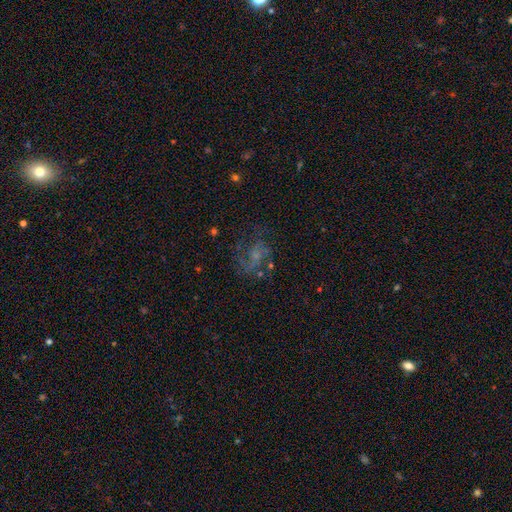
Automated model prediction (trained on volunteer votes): Smooth or featured: featured or disk — 60% (smooth — 22%)
Edge-on disk: no — 97% (yes — 3%)
Bar: no — 63% (weak — 32%)
Spiral arms: yes — 79% (no — 21%)
Bulge size: small — 46% (none — 26%)
Merging: none — 53% (major disturbance — 24%)